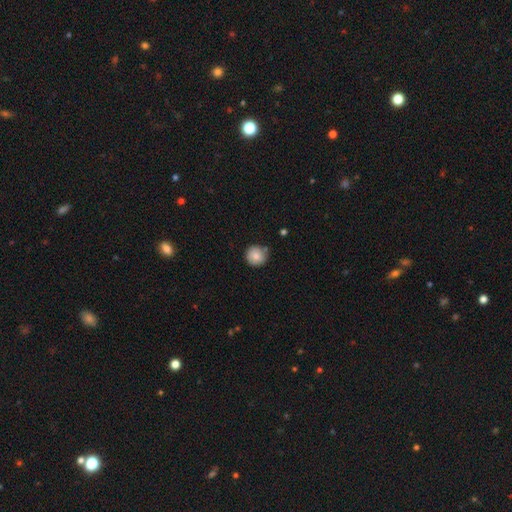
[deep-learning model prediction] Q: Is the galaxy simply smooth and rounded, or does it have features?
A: smooth — 80%.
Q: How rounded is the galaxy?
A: round — 94%.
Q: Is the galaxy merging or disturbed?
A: none — 82%.